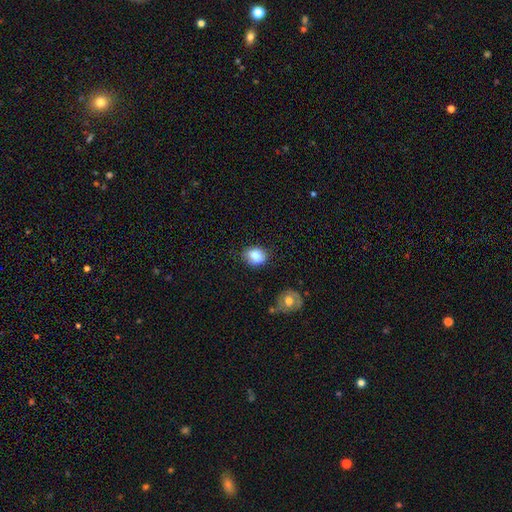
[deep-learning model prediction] A smooth galaxy with no disk features (83%) that is in between round and cigar-shaped (53%). Merging: none (73%).